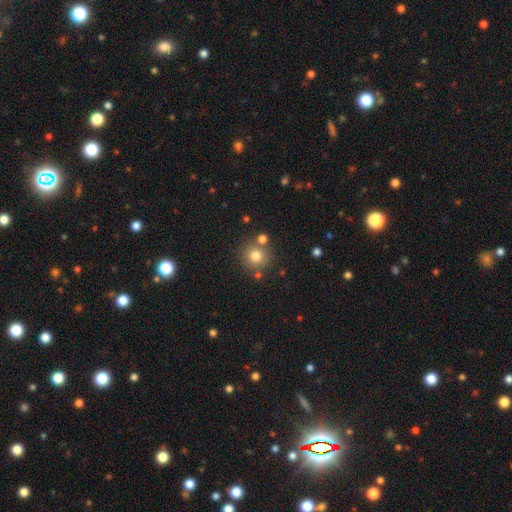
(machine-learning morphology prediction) smooth_or_featured: smooth (p=0.77) [alt: star or artifact p=0.13]
how_rounded: round (p=0.92) [alt: in between p=0.07]
merging: none (p=0.76) [alt: merger p=0.12]